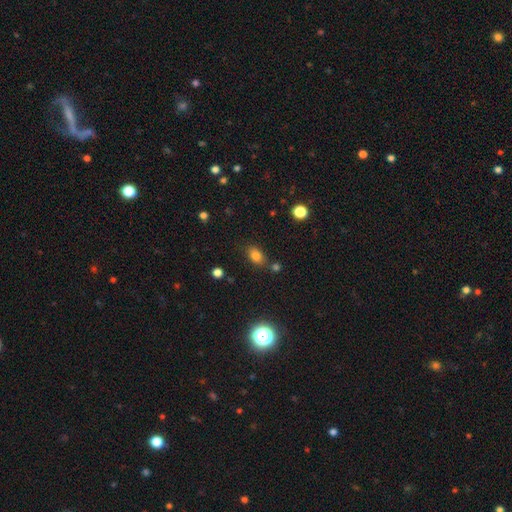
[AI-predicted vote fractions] Morphology: type=smooth (79%); roundness=in between (78%); merging=none (74%).